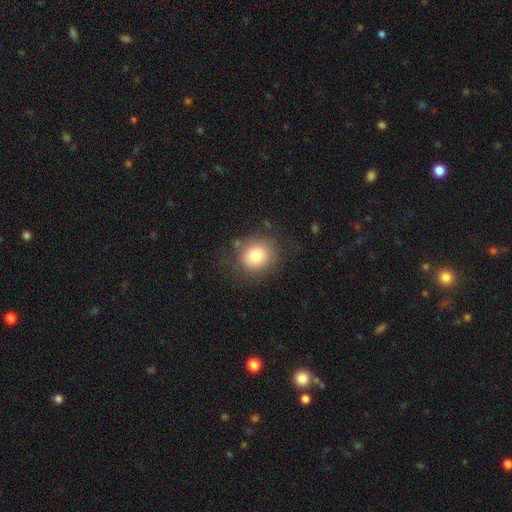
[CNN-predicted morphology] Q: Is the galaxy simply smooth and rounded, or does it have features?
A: smooth — 78%.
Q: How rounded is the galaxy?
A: round — 78%.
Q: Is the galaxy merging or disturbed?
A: none — 78%.